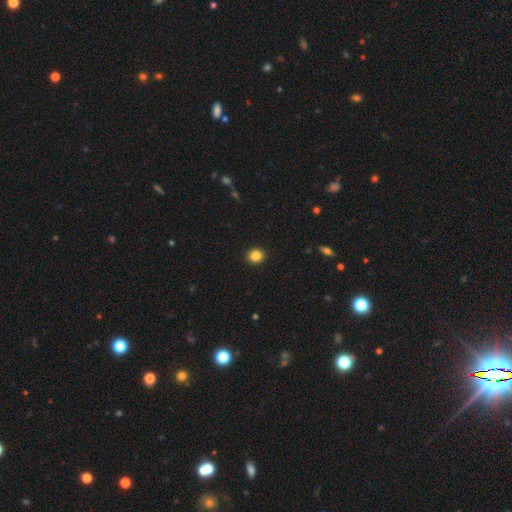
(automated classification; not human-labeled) Morphology: type=smooth (85%); roundness=round (85%); merging=none (93%).